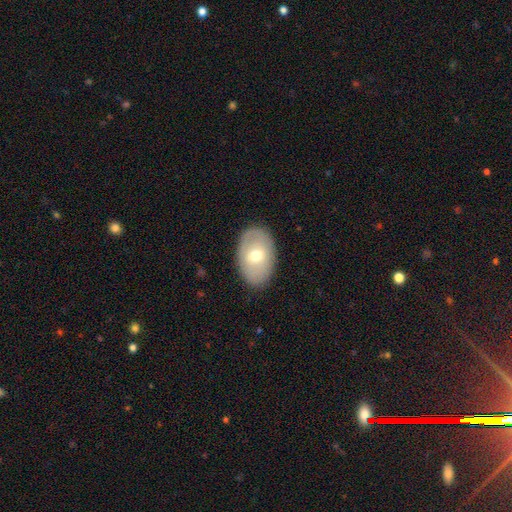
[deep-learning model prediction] A smooth galaxy with no disk features (56%) that is in between round and cigar-shaped (87%). Merging: none (85%).